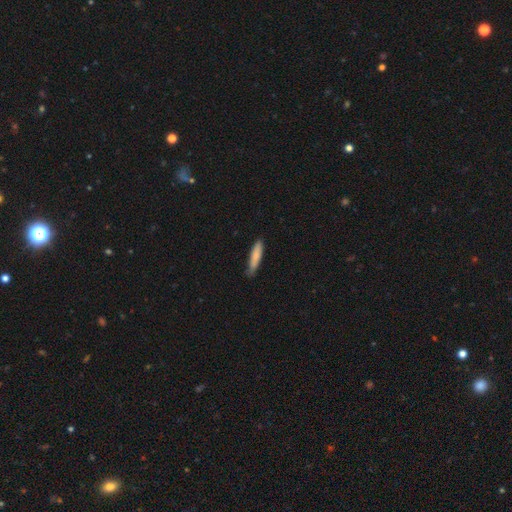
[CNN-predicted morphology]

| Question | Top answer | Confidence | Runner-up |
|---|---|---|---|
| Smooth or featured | smooth | 82% | featured or disk (12%) |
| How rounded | cigar-shaped | 82% | in between (17%) |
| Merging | none | 76% | minor disturbance (20%) |